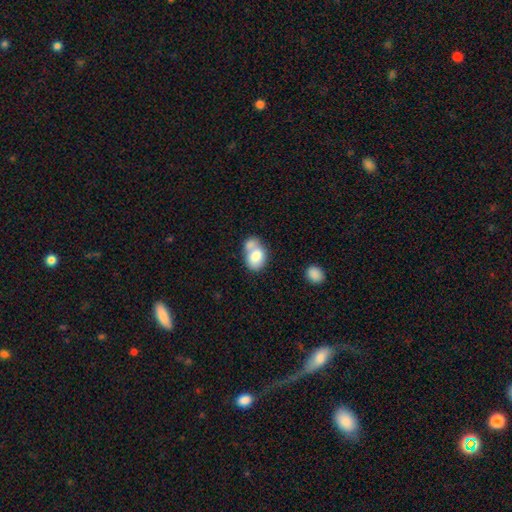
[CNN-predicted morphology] Smooth or featured: smooth — 76% (featured or disk — 17%)
How rounded: in between — 74% (round — 25%)
Merging: merger — 54% (none — 27%)